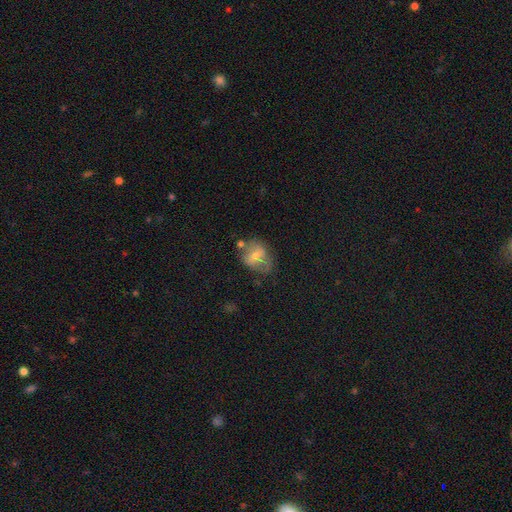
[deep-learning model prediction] Smooth or featured? smooth (52%)
How rounded? in between (59%)
Merging? none (45%)